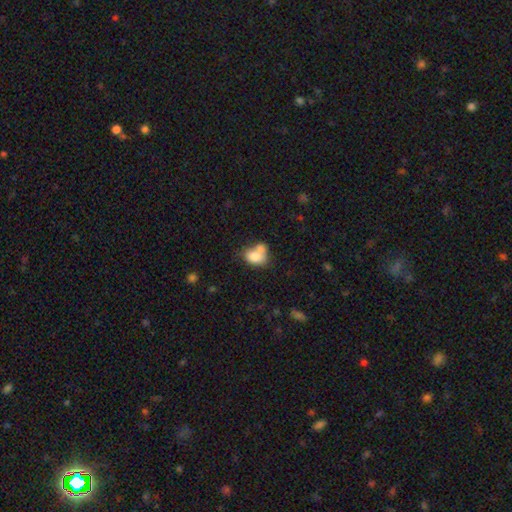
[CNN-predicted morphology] Smooth or featured?
  - smooth: 78% *
  - featured or disk: 13%
  - star or artifact: 9%
How rounded?
  - in between: 75% *
  - round: 24%
  - cigar-shaped: 1%
Merging?
  - merger: 51% *
  - none: 27%
  - minor disturbance: 15%
  - major disturbance: 8%